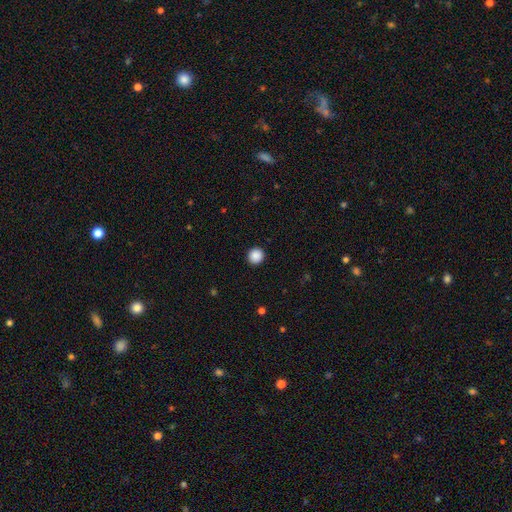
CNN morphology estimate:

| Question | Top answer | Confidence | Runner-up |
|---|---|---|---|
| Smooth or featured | smooth | 89% | star or artifact (9%) |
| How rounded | round | 94% | in between (5%) |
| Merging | none | 93% | minor disturbance (4%) |